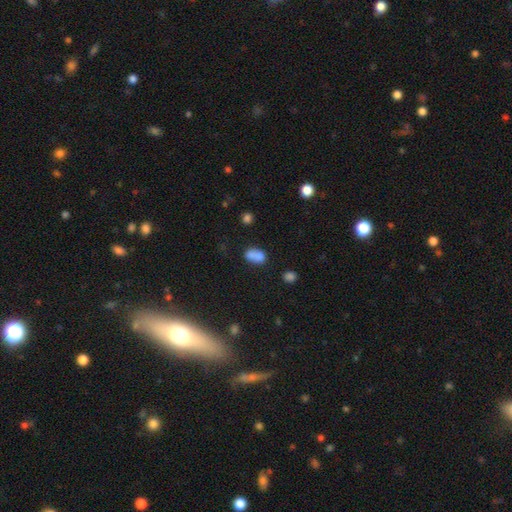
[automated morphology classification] This is likely a smooth galaxy (74%). How rounded: likely in between (65%). Merging: possibly merger (54%).